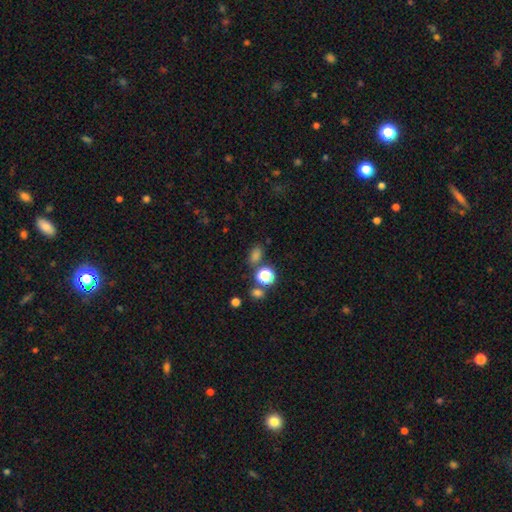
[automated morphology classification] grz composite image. It shows a smooth galaxy with no disk features (66%) that is in between round and cigar-shaped (62%). Merging: none (72%).